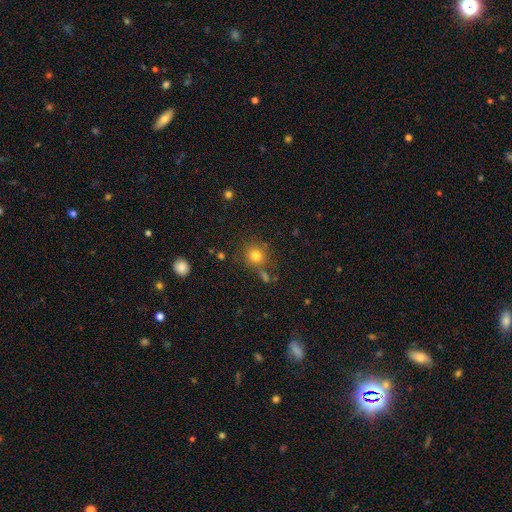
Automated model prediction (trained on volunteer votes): This is likely a smooth galaxy (78%). How rounded: clearly round (87%). Merging: likely none (76%).